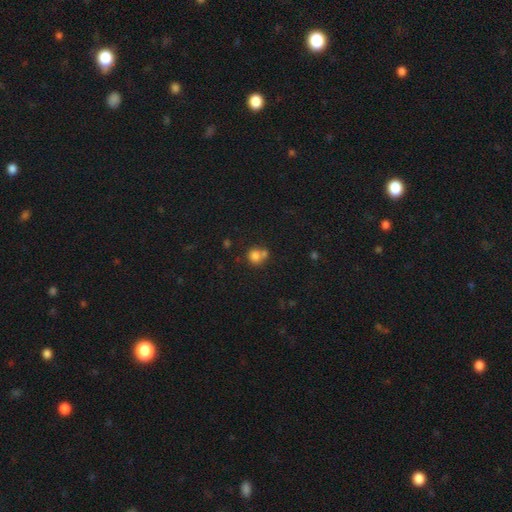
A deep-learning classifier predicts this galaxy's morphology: The model was most divided on "merging": none: 44%, merger: 40%, minor disturbance: 11%, major disturbance: 5%. More confident: how rounded — round (81%); smooth or featured — smooth (79%).